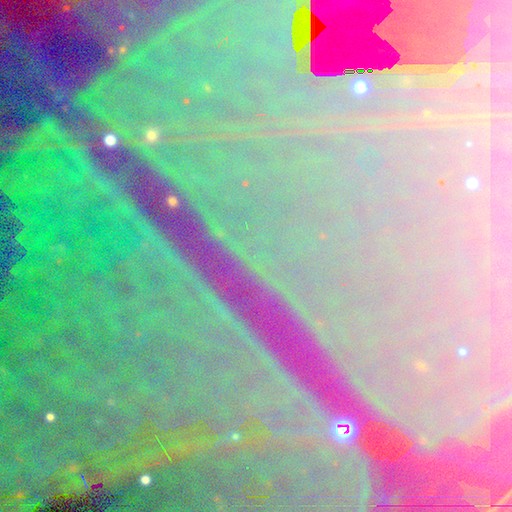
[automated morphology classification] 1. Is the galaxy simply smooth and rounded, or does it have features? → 87% star or artifact, 8% featured or disk, 5% smooth.